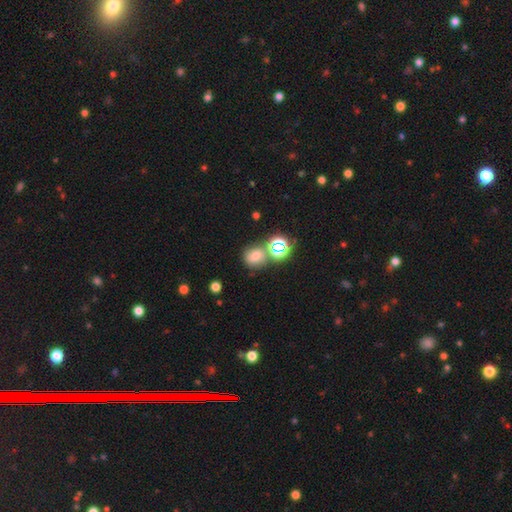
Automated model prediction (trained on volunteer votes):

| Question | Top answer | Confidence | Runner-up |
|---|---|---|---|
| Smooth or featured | smooth | 63% | star or artifact (27%) |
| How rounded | round | 78% | in between (21%) |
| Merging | none | 62% | merger (21%) |